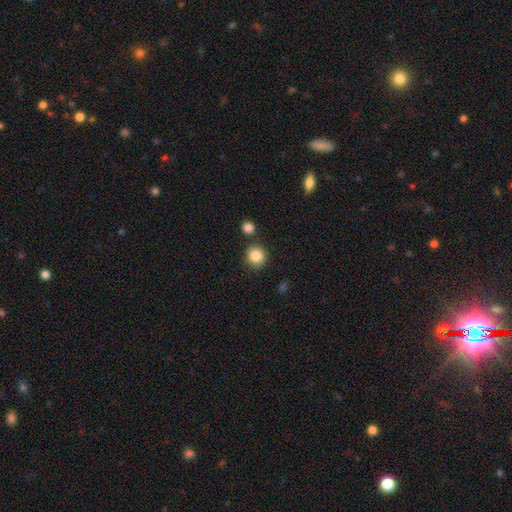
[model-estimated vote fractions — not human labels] Smooth or featured? smooth (86%)
How rounded? round (92%)
Merging? none (83%)